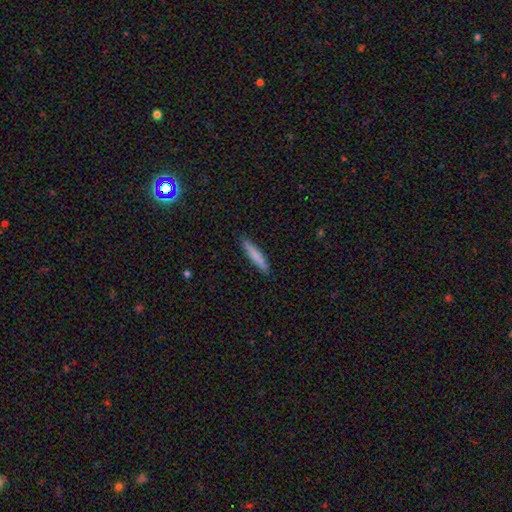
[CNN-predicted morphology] Smooth or featured: smooth — 78% (featured or disk — 17%)
How rounded: cigar-shaped — 93% (in between — 5%)
Merging: none — 90% (minor disturbance — 8%)